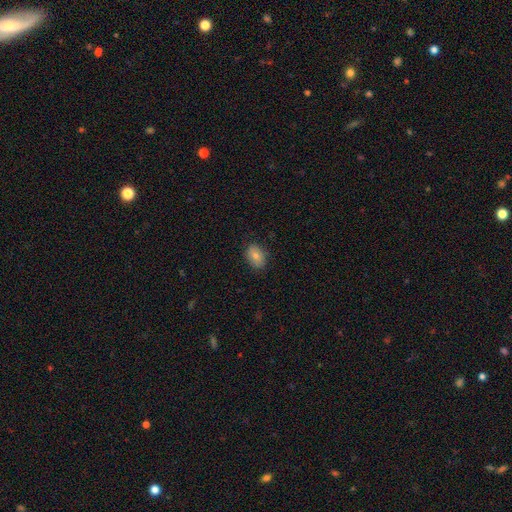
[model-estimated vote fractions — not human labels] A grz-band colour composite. It shows a smooth galaxy with no disk features (79%) that is in between round and cigar-shaped (76%). Merging: none (84%).